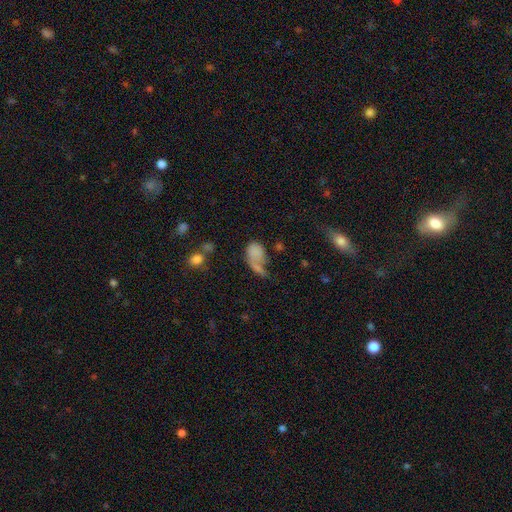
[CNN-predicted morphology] Smooth or featured?
  - smooth: 58% *
  - featured or disk: 27%
  - star or artifact: 15%
How rounded?
  - in between: 70% *
  - round: 26%
  - cigar-shaped: 4%
Merging?
  - major disturbance: 33% *
  - none: 29%
  - merger: 20%
  - minor disturbance: 18%